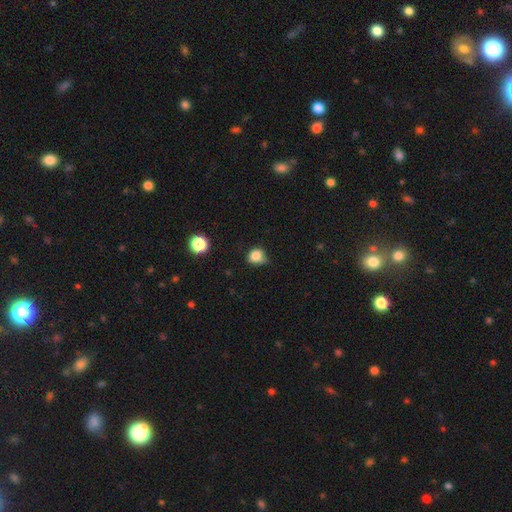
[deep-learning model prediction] smooth 81%, star or artifact 12%, featured or disk 8%. Down the decision tree: how rounded — round (67%); merging — none (46%).